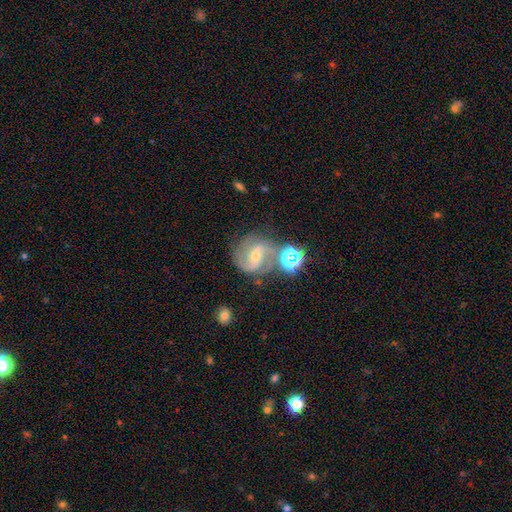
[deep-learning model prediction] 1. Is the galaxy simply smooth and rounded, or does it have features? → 78% featured or disk, 12% star or artifact, 10% smooth.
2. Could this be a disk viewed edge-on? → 97% no, 3% yes.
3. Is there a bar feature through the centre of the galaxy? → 45% weak, 29% strong, 25% no.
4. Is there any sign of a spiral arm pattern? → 95% yes, 5% no.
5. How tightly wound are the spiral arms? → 52% medium, 24% tight, 24% loose.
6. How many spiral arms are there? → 78% 2, 8% can't tell, 7% 3, 3% 1, 2% 4, 2% more than 4.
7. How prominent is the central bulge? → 54% small, 42% moderate, 2% none, 2% large, 1% dominant.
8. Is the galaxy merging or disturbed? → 60% none, 16% minor disturbance, 14% merger, 9% major disturbance.